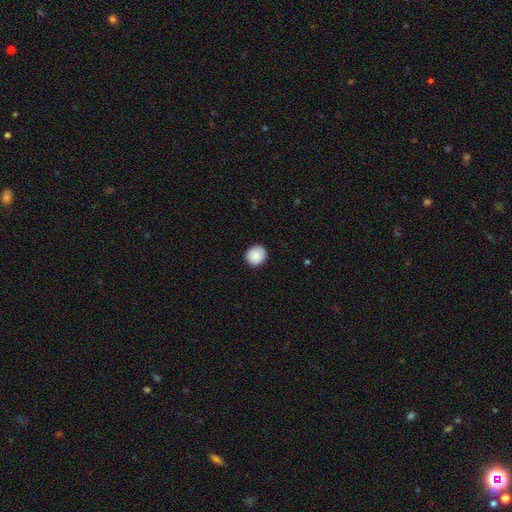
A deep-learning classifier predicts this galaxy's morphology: Q: Smooth or featured?
A: smooth (88%); runner-up: star or artifact (8%)
Q: How rounded?
A: round (88%); runner-up: in between (11%)
Q: Merging?
A: none (89%); runner-up: minor disturbance (8%)